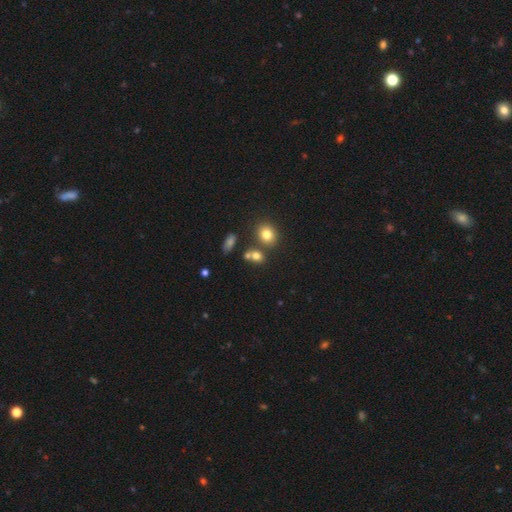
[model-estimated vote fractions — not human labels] Smooth or featured? smooth (75%)
How rounded? round (50%)
Merging? none (58%)